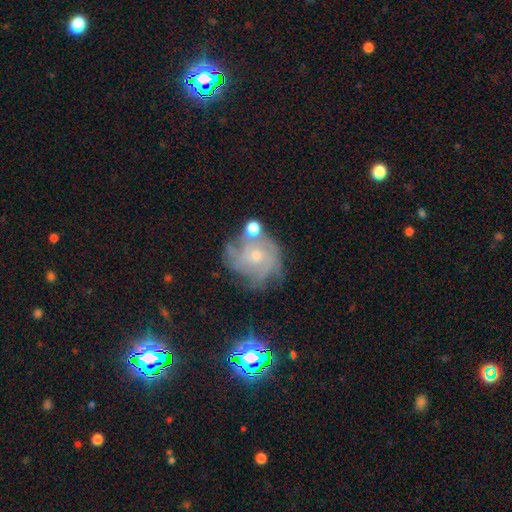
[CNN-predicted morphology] A featured or disk galaxy (72%) with no bar (75%), tight (54%) spiral arms (87%) and a small central bulge (62%).

Vote fractions:
- Smooth or featured? featured or disk: 72% / smooth: 16% / star or artifact: 12%
- Edge-on disk? no: 97% / yes: 3%
- Bar? no: 75% / weak: 21% / strong: 3%
- Spiral arms? yes: 87% / no: 13%
- Spiral winding? tight: 54% / medium: 34% / loose: 12%
- Spiral arm count? can't tell: 40% / 3: 20% / 4: 17% / 2: 11% / more than 4: 7% / 1: 6%
- Bulge size? small: 62% / moderate: 32% / none: 3% / large: 2% / dominant: 1%
- Merging? none: 56% / minor disturbance: 22% / major disturbance: 13% / merger: 9%